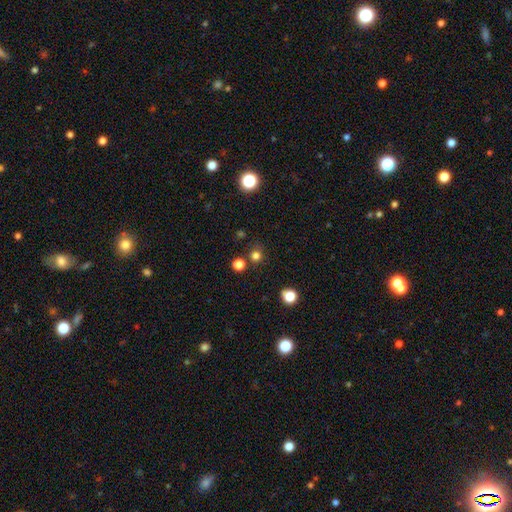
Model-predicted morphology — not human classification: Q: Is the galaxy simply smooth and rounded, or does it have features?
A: smooth — 74%.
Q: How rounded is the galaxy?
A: round — 91%.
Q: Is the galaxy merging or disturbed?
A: none — 79%.